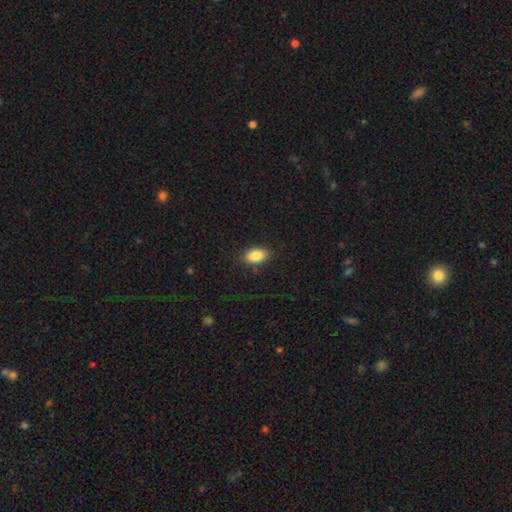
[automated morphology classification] Q: Smooth or featured?
A: smooth (87%); runner-up: star or artifact (8%)
Q: How rounded?
A: in between (90%); runner-up: round (7%)
Q: Merging?
A: none (83%); runner-up: minor disturbance (13%)